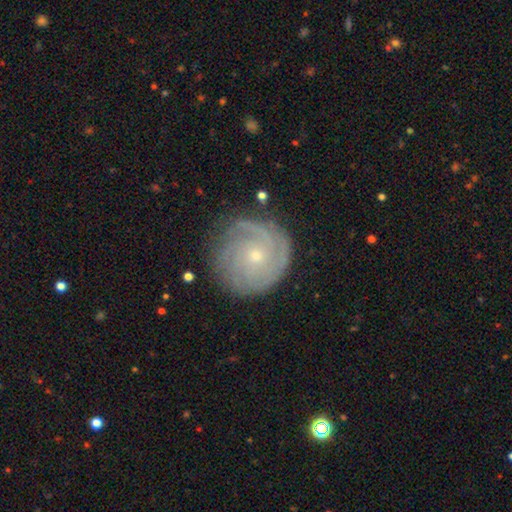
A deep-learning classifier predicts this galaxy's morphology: The model was most divided on "spiral arm count": can't tell: 30%, 3: 26%, 4: 16%, 2: 14%, more than 4: 8%, 1: 7%. More confident: edge-on disk — no (97%); spiral arms — yes (96%); smooth or featured — featured or disk (81%); bar — no (81%); merging — none (80%); spiral winding — tight (78%); bulge size — small (72%).